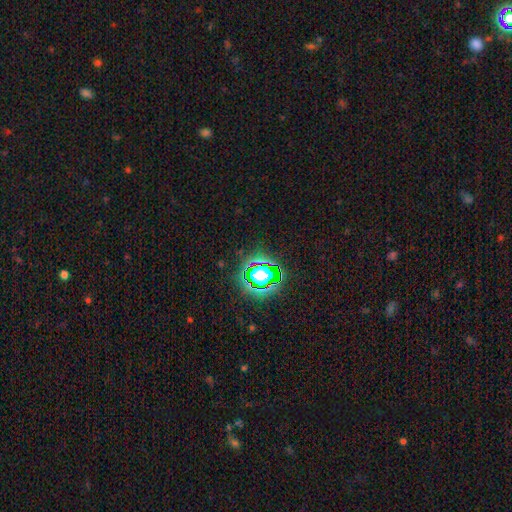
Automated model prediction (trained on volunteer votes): Morphology: type=star or artifact (82%).